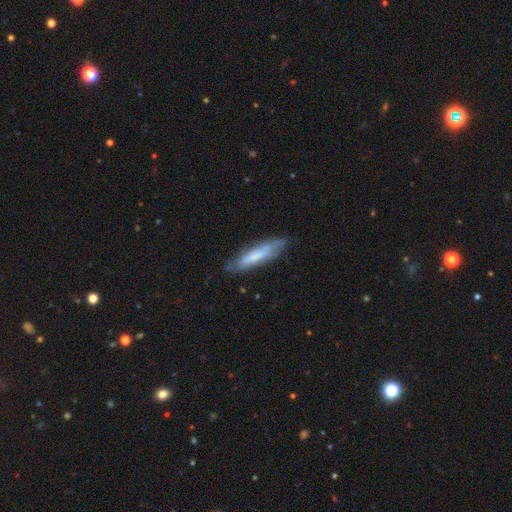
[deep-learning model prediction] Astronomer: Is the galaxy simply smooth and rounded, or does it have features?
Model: smooth — 55% (runner-up: featured or disk, 38%).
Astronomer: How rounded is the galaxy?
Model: cigar-shaped — 79%.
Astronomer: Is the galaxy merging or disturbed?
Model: none — 70%.